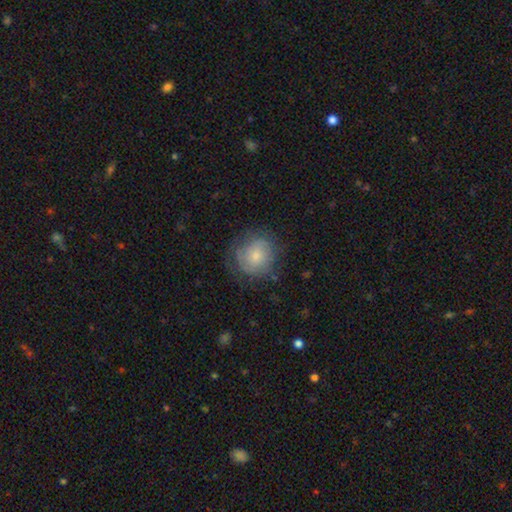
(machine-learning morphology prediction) A smooth galaxy with no disk features (61%) that is round (84%). Merging: none (67%).